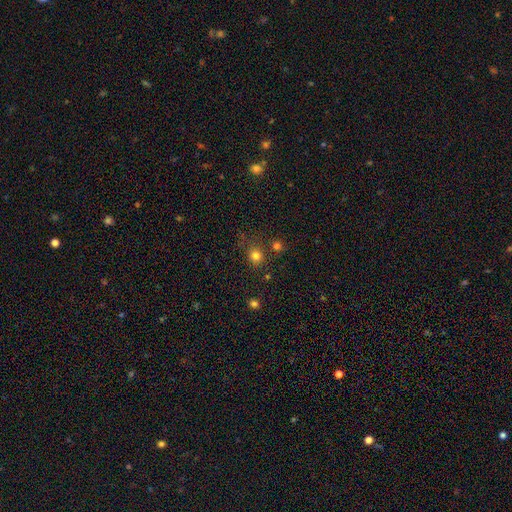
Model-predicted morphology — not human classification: smooth 78%, star or artifact 17%, featured or disk 5%. Down the decision tree: how rounded — round (85%); merging — none (77%).